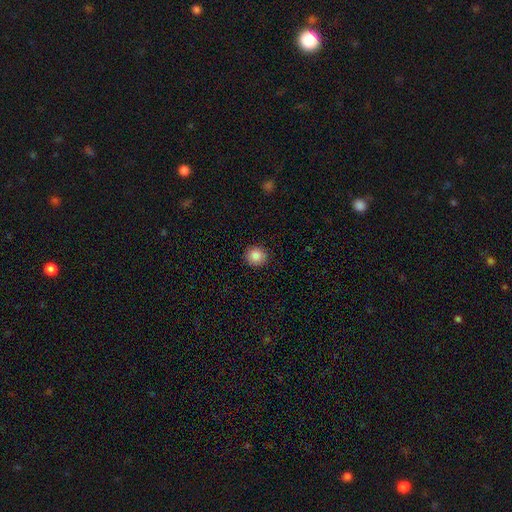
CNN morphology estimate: Q: Smooth or featured?
A: smooth (86%); runner-up: star or artifact (9%)
Q: How rounded?
A: round (90%); runner-up: in between (9%)
Q: Merging?
A: none (91%); runner-up: minor disturbance (6%)